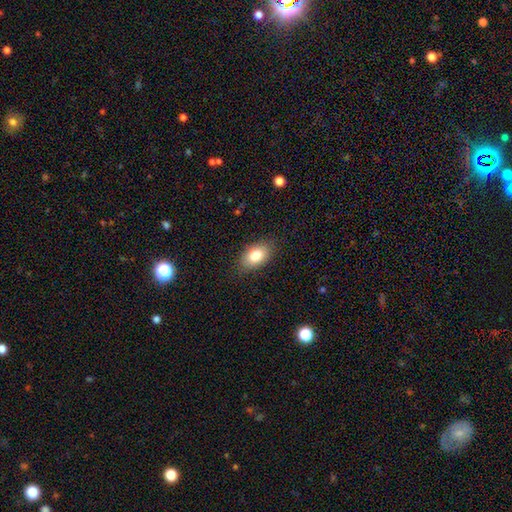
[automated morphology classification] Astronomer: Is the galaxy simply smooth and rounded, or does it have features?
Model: smooth — 81%.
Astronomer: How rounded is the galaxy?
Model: in between — 90%.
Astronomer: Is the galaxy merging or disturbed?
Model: none — 84%.